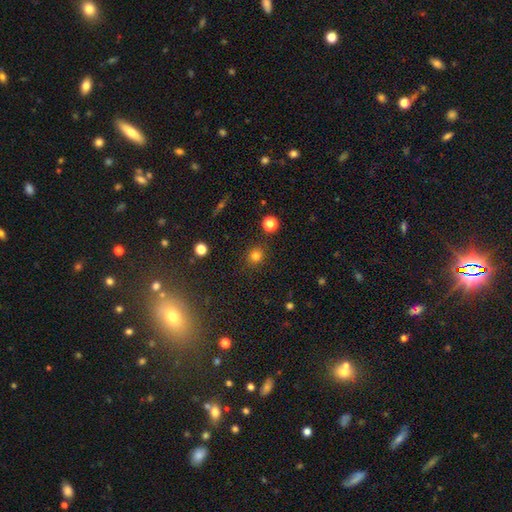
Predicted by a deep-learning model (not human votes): Smooth or featured? smooth (80%)
How rounded? round (89%)
Merging? none (88%)